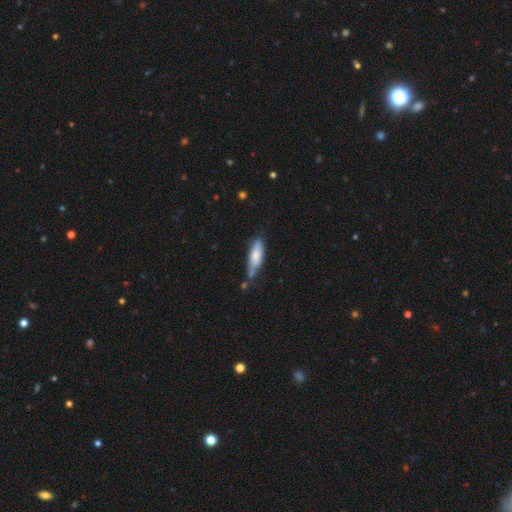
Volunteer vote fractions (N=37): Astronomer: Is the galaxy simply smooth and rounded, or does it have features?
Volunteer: smooth — 54% (runner-up: featured or disk, 43%).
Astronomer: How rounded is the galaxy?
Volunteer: in between — 50%, tied with cigar-shaped at 50%.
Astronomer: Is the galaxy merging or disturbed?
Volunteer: none — 47% (runner-up: minor disturbance, 36%).